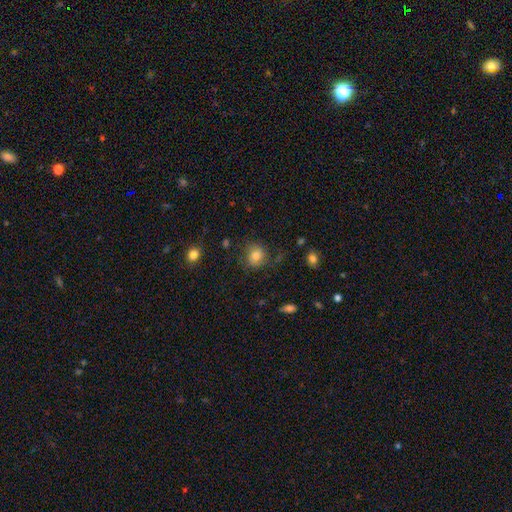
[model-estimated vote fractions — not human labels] Smooth or featured: smooth — 78% (featured or disk — 11%)
How rounded: round — 81% (in between — 18%)
Merging: none — 74% (minor disturbance — 17%)